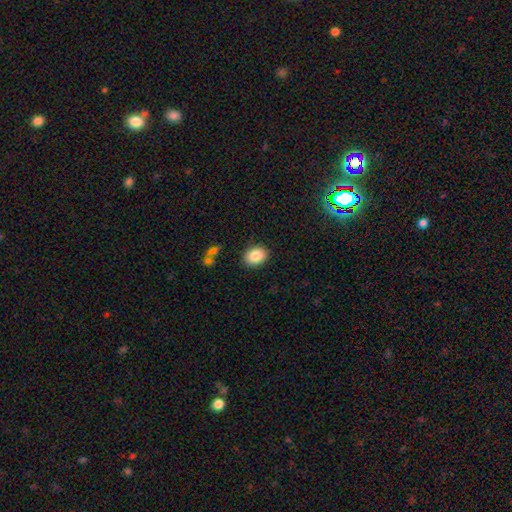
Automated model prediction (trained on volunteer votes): Q: Smooth or featured?
A: smooth (86%); runner-up: star or artifact (8%)
Q: How rounded?
A: in between (62%); runner-up: round (37%)
Q: Merging?
A: none (87%); runner-up: minor disturbance (9%)